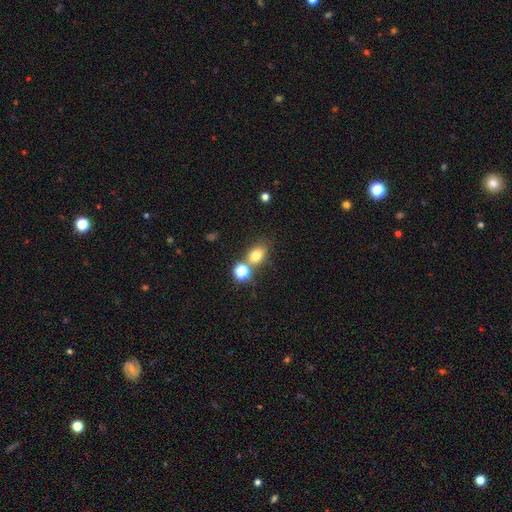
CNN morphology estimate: smooth_or_featured: smooth (p=0.76) [alt: star or artifact p=0.15]
how_rounded: in between (p=0.58) [alt: round p=0.41]
merging: none (p=0.58) [alt: merger p=0.25]